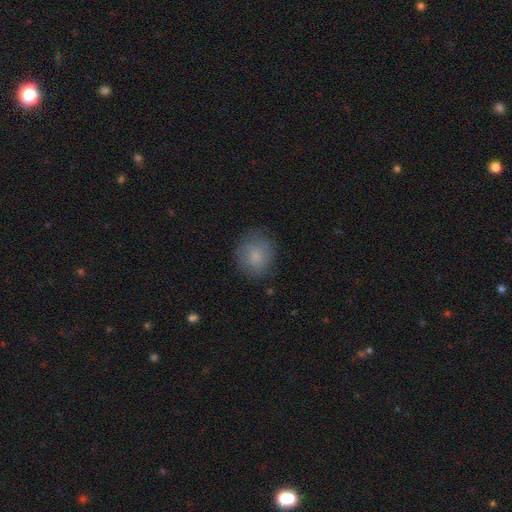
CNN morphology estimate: Smooth or featured? Predicted: smooth (p=0.68). How rounded? Predicted: round (p=0.78). Merging? Predicted: none (p=0.75).